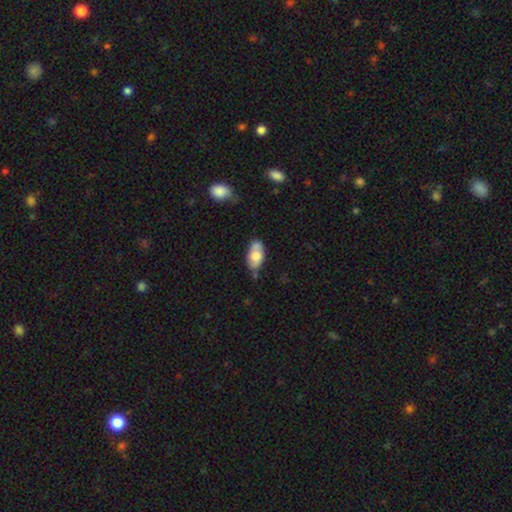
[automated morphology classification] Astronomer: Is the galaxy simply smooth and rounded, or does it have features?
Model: smooth — 61%.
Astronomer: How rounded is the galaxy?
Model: in between — 92%.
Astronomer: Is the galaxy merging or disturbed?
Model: none — 55%.